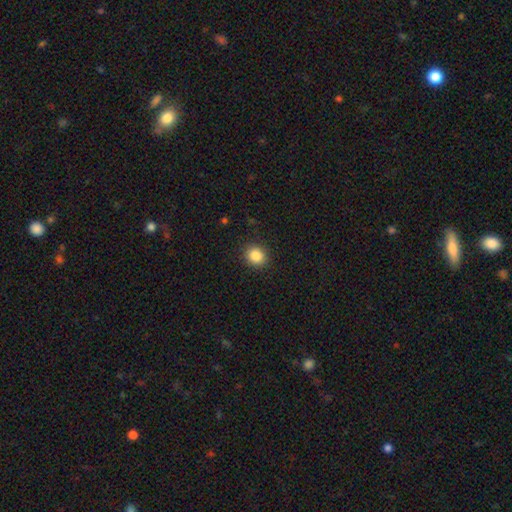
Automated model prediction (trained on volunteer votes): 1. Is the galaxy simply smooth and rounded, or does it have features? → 86% smooth, 10% star or artifact, 4% featured or disk.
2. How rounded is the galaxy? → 79% round, 20% in between, 1% cigar-shaped.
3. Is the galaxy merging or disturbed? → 90% none, 6% minor disturbance, 2% major disturbance, 1% merger.